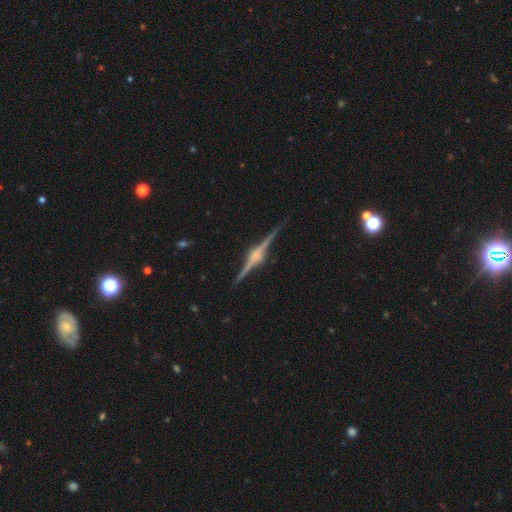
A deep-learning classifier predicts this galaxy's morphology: Smooth or featured? featured or disk (90%)
Edge-on disk? yes (98%)
Edge-on bulge? rounded (84%)
Merging? none (90%)